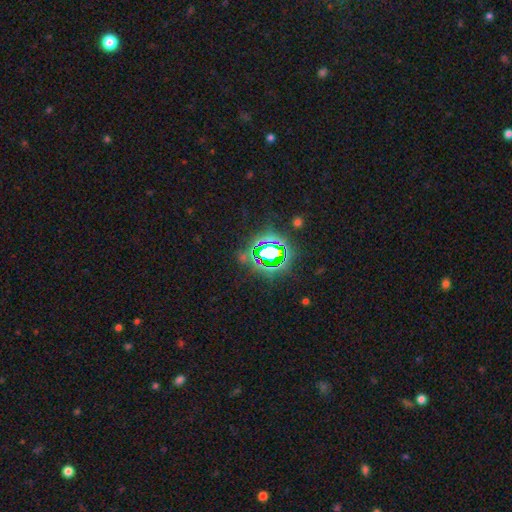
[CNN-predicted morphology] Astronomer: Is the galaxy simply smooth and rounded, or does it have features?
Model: star or artifact — 83%.